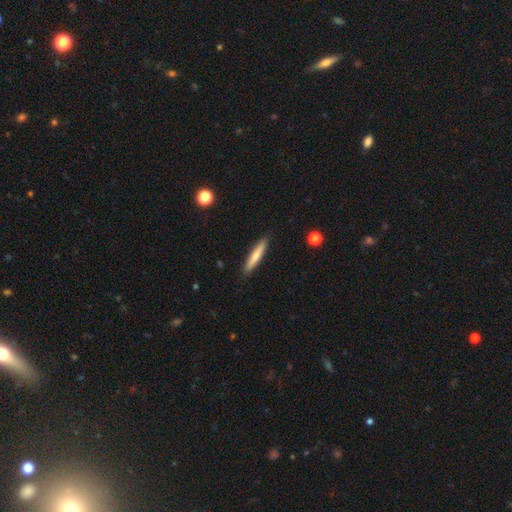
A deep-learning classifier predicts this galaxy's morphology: Smooth or featured? Predicted: smooth (p=0.72). How rounded? Predicted: cigar-shaped (p=0.92). Merging? Predicted: none (p=0.90).